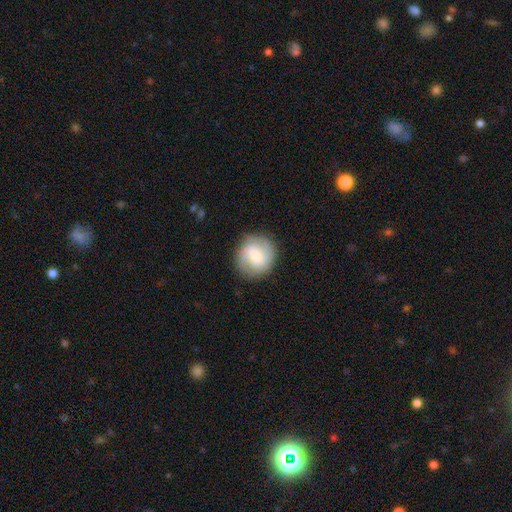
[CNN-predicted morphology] This is possibly a smooth galaxy (48%). Merging: clearly none (85%).